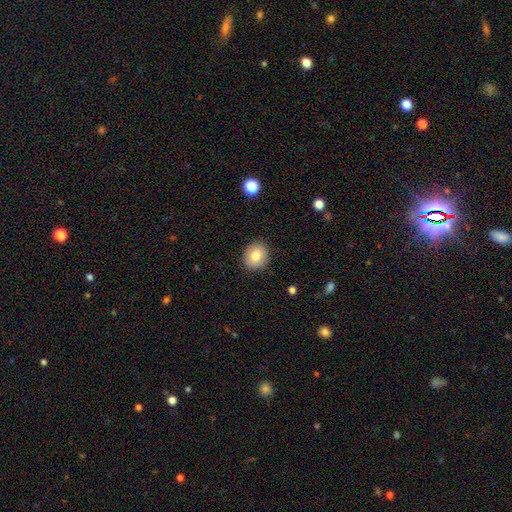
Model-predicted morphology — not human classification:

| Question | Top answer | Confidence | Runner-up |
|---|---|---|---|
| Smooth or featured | smooth | 82% | featured or disk (10%) |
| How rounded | round | 67% | in between (32%) |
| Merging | none | 88% | minor disturbance (9%) |